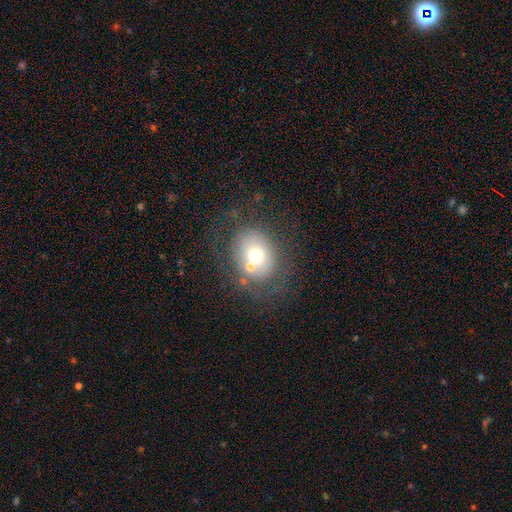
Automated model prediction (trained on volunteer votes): A smooth galaxy with no disk features (59%) that is round (52%). Merging: none (55%).